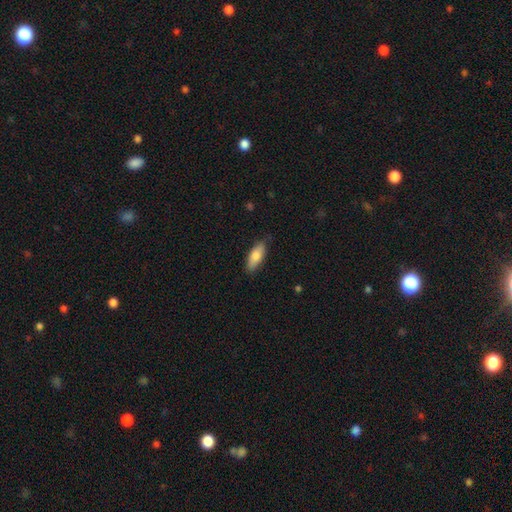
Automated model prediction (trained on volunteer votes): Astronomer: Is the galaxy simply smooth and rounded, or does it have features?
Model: smooth — 78%.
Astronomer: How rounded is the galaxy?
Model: in between — 71%.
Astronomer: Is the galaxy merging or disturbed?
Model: none — 82%.